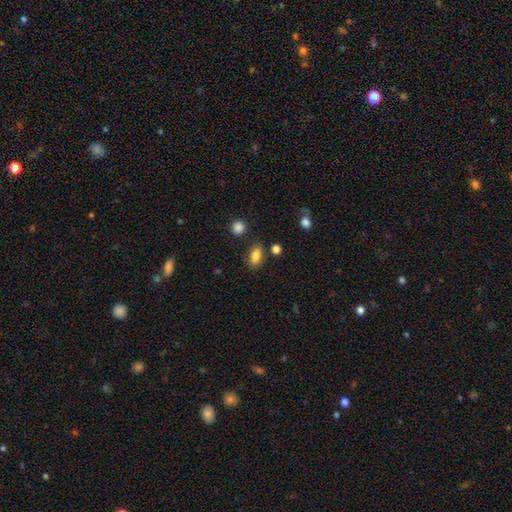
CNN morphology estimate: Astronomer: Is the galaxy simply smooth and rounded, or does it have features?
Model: smooth — 84%.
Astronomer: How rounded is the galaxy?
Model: in between — 86%.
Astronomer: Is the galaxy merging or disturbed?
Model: none — 81%.